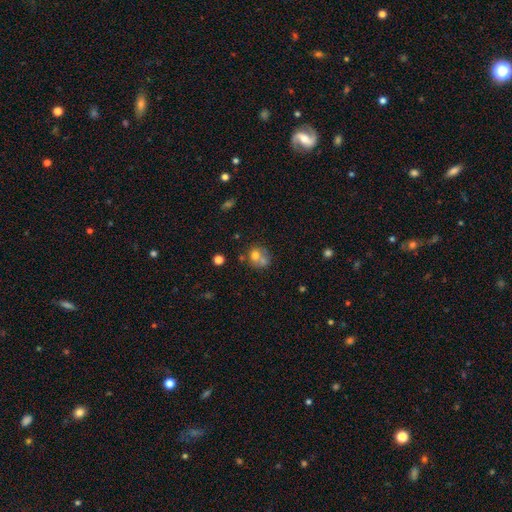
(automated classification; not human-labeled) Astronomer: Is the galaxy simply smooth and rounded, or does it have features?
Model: smooth — 66%.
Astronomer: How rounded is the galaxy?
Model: round — 71%.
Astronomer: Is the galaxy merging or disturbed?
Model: merger — 47% (runner-up: none, 35%).